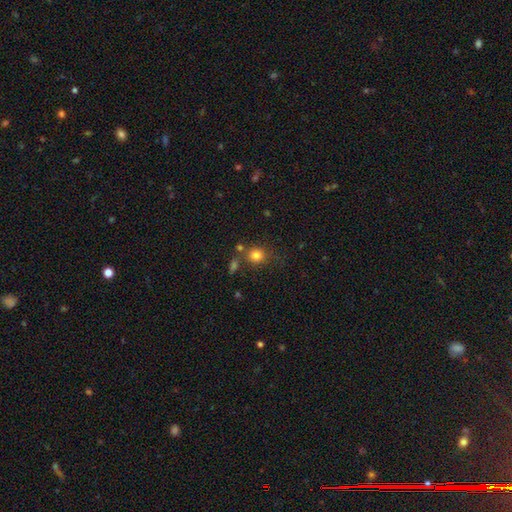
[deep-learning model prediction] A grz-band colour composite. It shows a smooth galaxy with no disk features (81%) that is round (79%). Merging: none (70%).